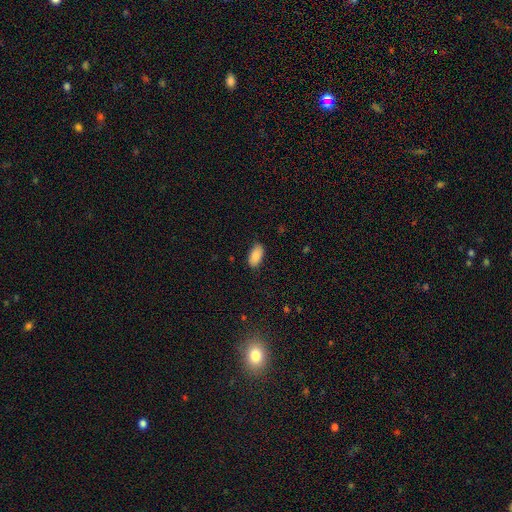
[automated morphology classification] A smooth galaxy with no disk features (88%) that is in between round and cigar-shaped (94%).

Vote fractions:
- Smooth or featured? smooth: 88% / star or artifact: 7% / featured or disk: 5%
- How rounded? in between: 94% / cigar-shaped: 3% / round: 3%
- Merging? none: 85% / minor disturbance: 12% / major disturbance: 2% / merger: 1%